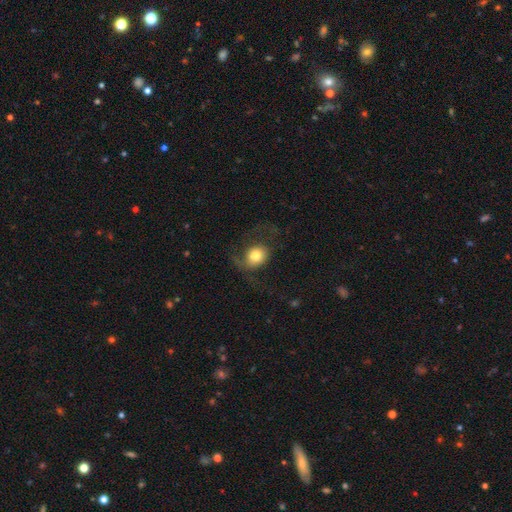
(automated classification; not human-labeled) A smooth galaxy with no disk features (64%) that is round (70%).

Vote fractions:
- Smooth or featured? smooth: 64% / featured or disk: 26% / star or artifact: 9%
- How rounded? round: 70% / in between: 29% / cigar-shaped: 1%
- Merging? none: 42% / major disturbance: 37% / minor disturbance: 19% / merger: 2%